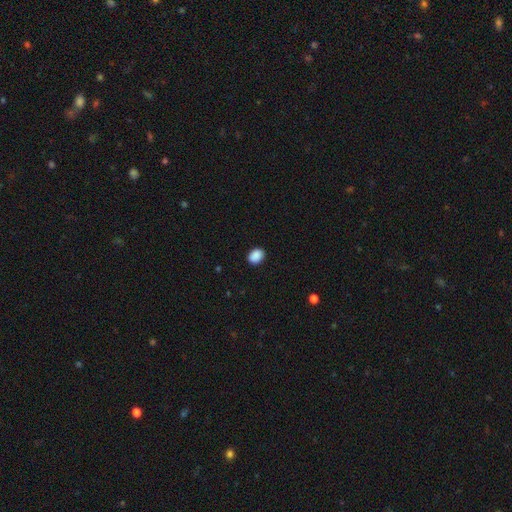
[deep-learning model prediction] smooth_or_featured: smooth (p=0.90) [alt: star or artifact p=0.08]
how_rounded: in between (p=0.58) [alt: round p=0.41]
merging: none (p=0.89) [alt: minor disturbance p=0.08]